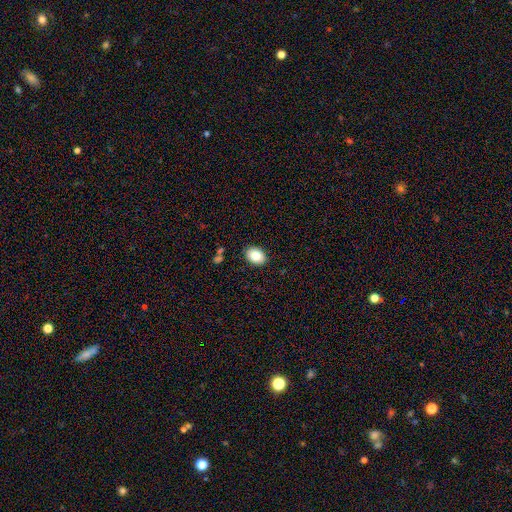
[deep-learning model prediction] Smooth or featured?
  - smooth: 83% *
  - featured or disk: 9%
  - star or artifact: 8%
How rounded?
  - in between: 72% *
  - round: 27%
  - cigar-shaped: 1%
Merging?
  - none: 89% *
  - minor disturbance: 8%
  - major disturbance: 2%
  - merger: 1%